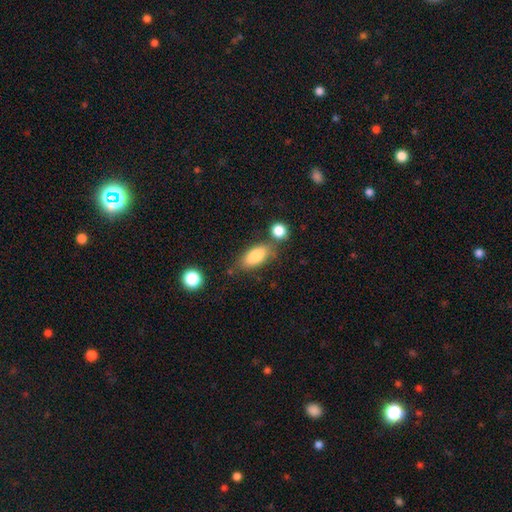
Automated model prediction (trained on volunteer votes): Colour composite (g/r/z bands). It shows a smooth galaxy with no disk features (83%) that is in between round and cigar-shaped (86%). Merging: none (64%).